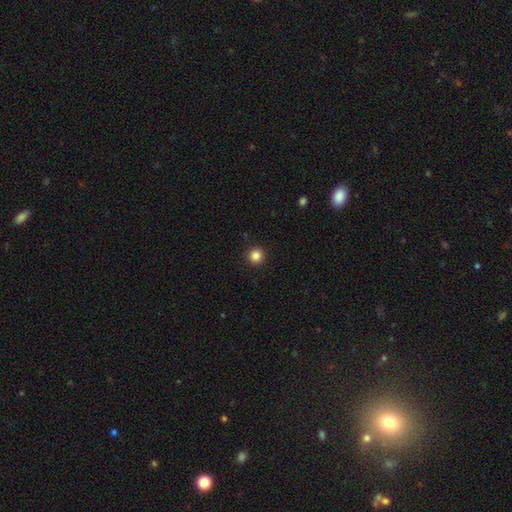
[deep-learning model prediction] smooth-or-featured: smooth: 85% | star or artifact: 11% | featured or disk: 4%
  how-rounded: round: 96% | in between: 3% | cigar-shaped: 1%
  merging: none: 93% | minor disturbance: 4% | major disturbance: 2% | merger: 1%